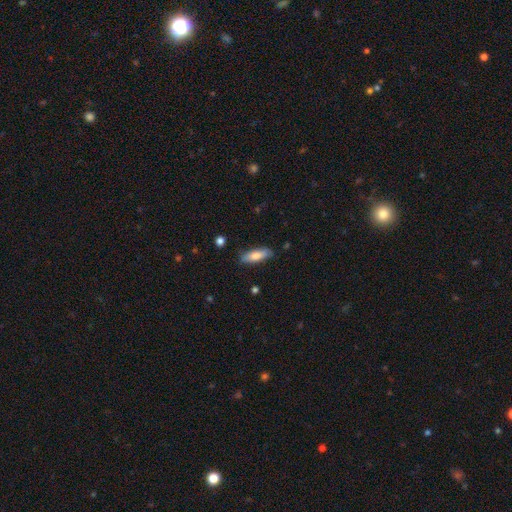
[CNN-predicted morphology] Smooth or featured: smooth — 76% (featured or disk — 18%)
How rounded: in between — 51% (cigar-shaped — 47%)
Merging: none — 83% (minor disturbance — 13%)